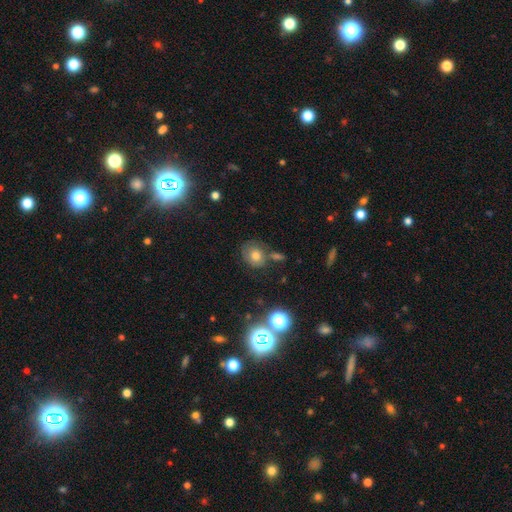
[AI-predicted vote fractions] The model was most divided on "how rounded": round: 63%, in between: 36%, cigar-shaped: 1%. More confident: smooth or featured — smooth (65%); merging — none (61%).